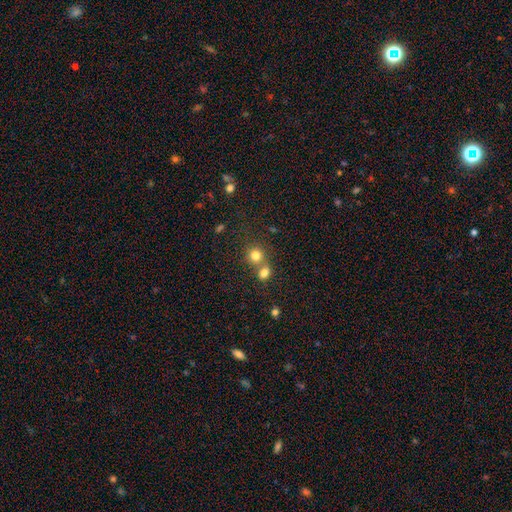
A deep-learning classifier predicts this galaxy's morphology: A smooth galaxy with no disk features (79%) that is round (85%).

Vote fractions:
- Smooth or featured? smooth: 79% / star or artifact: 13% / featured or disk: 8%
- How rounded? round: 85% / in between: 14% / cigar-shaped: 1%
- Merging? none: 49% / merger: 42% / minor disturbance: 7% / major disturbance: 3%